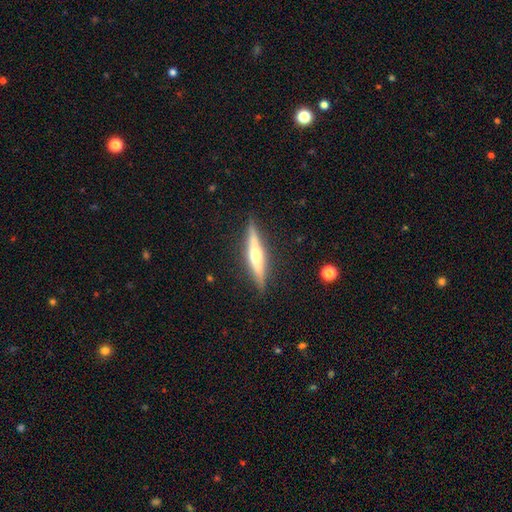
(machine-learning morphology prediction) Smooth or featured? Predicted: featured or disk (p=0.66). Edge-on disk? Predicted: yes (p=0.97). Edge-on bulge? Predicted: rounded (p=0.86). Merging? Predicted: none (p=0.89).